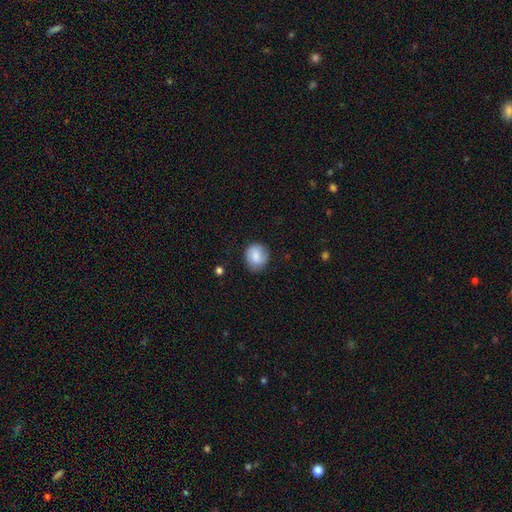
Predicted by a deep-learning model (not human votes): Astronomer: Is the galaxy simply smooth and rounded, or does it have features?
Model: smooth — 81%.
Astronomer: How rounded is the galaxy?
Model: round — 79%.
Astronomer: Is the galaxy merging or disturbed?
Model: none — 80%.